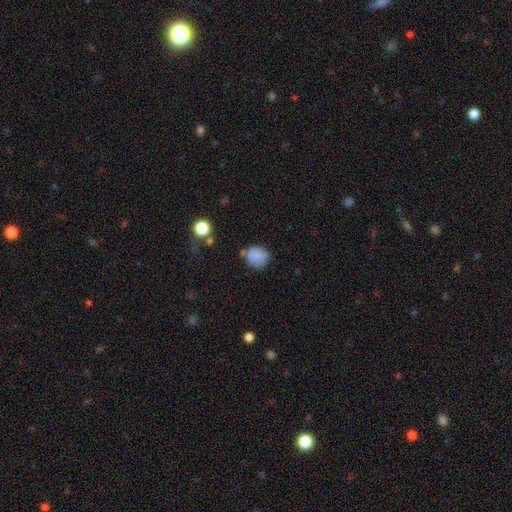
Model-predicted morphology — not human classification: type=smooth (82%); roundness=round (79%); merging=none (68%).